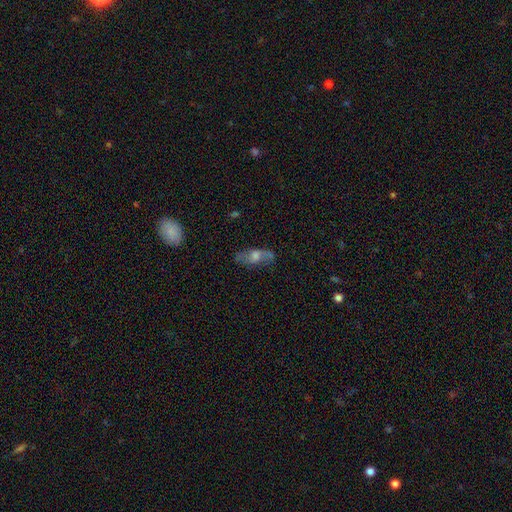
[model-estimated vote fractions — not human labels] This is possibly a featured or disk galaxy (56%). It is likely not viewed edge-on (78%). Merging: likely none (69%).